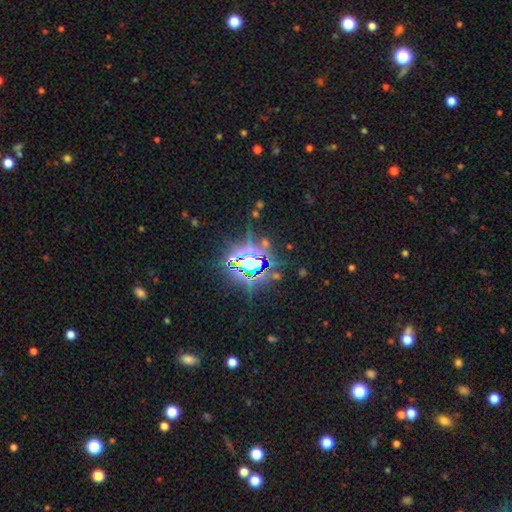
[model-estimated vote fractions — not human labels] This appears to be a star or artifact, not a galaxy (85%).